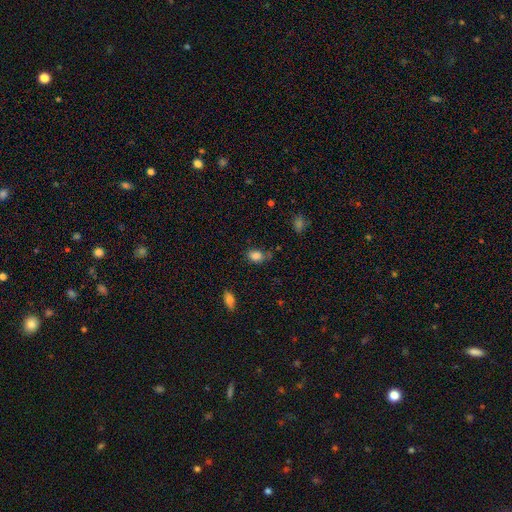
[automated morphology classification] A smooth galaxy with no disk features (85%) that is in between round and cigar-shaped (72%).

Vote fractions:
- Smooth or featured? smooth: 85% / star or artifact: 10% / featured or disk: 5%
- How rounded? in between: 72% / round: 27% / cigar-shaped: 2%
- Merging? none: 62% / minor disturbance: 26% / major disturbance: 7% / merger: 5%